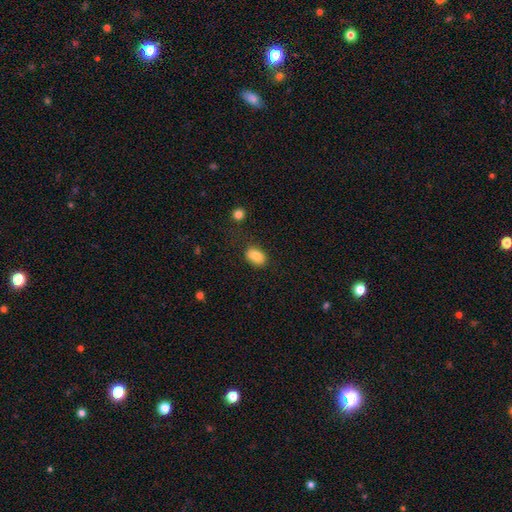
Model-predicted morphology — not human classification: A smooth galaxy with no disk features (85%) that is in between round and cigar-shaped (84%). Merging: none (77%).